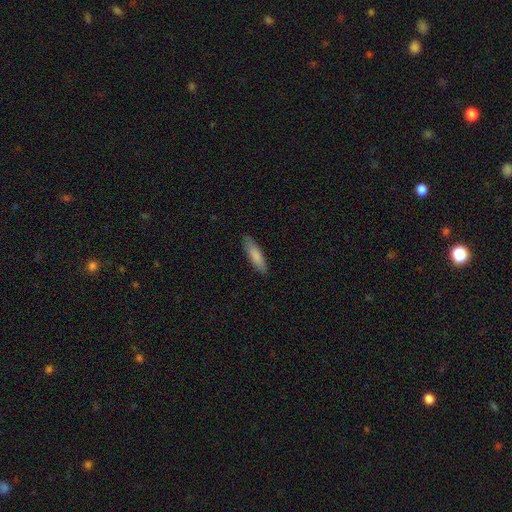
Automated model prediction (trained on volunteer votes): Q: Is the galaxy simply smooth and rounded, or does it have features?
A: smooth — 83%.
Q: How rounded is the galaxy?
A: cigar-shaped — 68%.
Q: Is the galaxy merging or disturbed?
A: none — 87%.